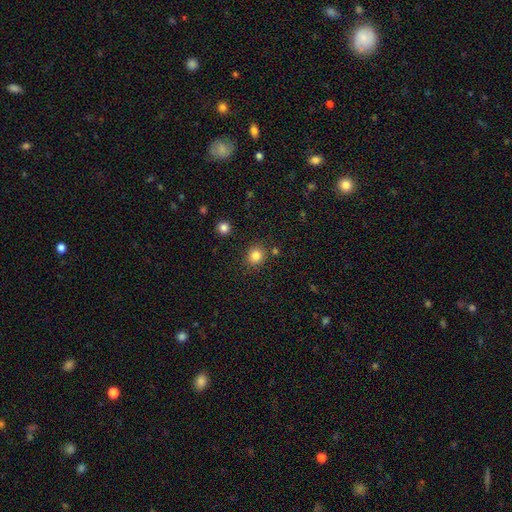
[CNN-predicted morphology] This appears to be a smooth galaxy with no disk features (84%) that is round (82%). Merging: none (84%).